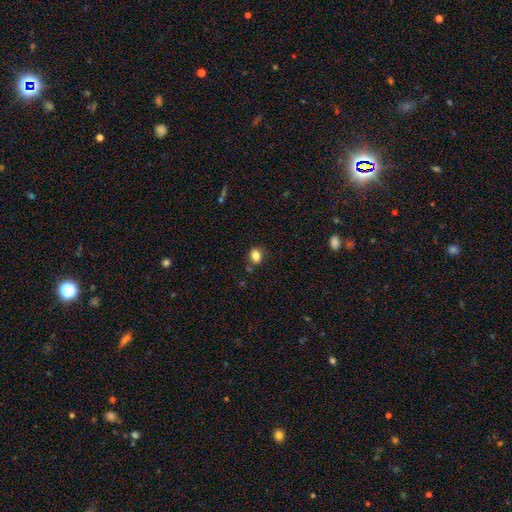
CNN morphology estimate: Q: Smooth or featured?
A: smooth (84%); runner-up: star or artifact (11%)
Q: How rounded?
A: in between (53%); runner-up: round (46%)
Q: Merging?
A: none (80%); runner-up: minor disturbance (12%)